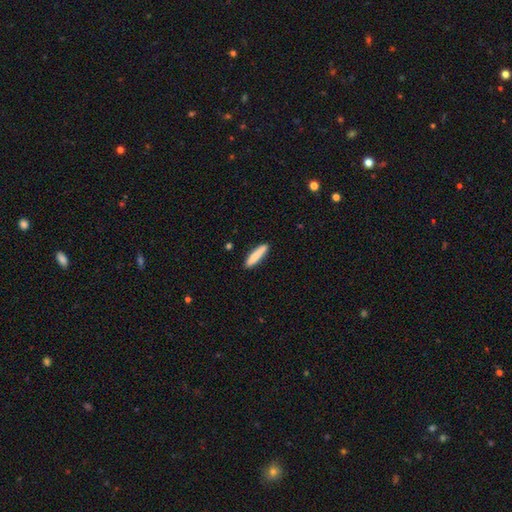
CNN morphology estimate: smooth 83%, featured or disk 11%, star or artifact 6%. Down the decision tree: how rounded — cigar-shaped (83%); merging — none (87%).